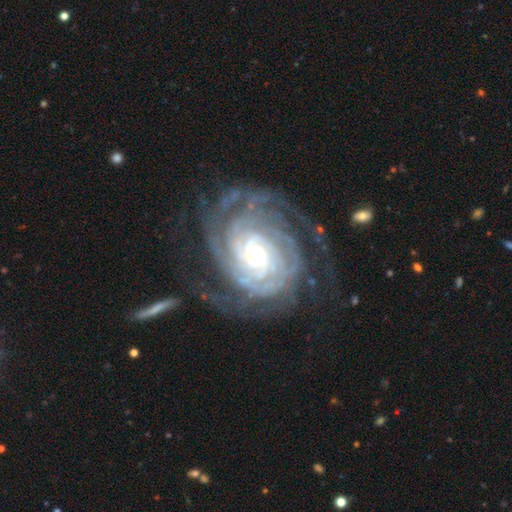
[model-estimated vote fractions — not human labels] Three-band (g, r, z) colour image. It shows a featured or disk galaxy (90%) with no bar (72%), tight (80%) spiral arms (98%) and a small central bulge (71%). Merging: none (65%).